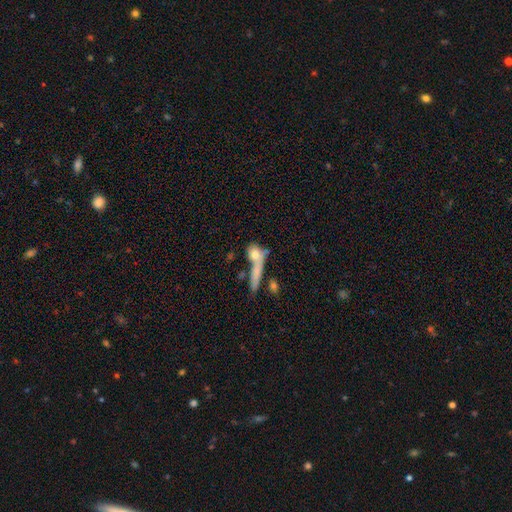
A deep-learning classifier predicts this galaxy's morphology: The model was most divided on "merging": none: 40%, merger: 34%, minor disturbance: 14%, major disturbance: 12%. Remaining: smooth or featured — smooth (69%); how rounded — round (43%).